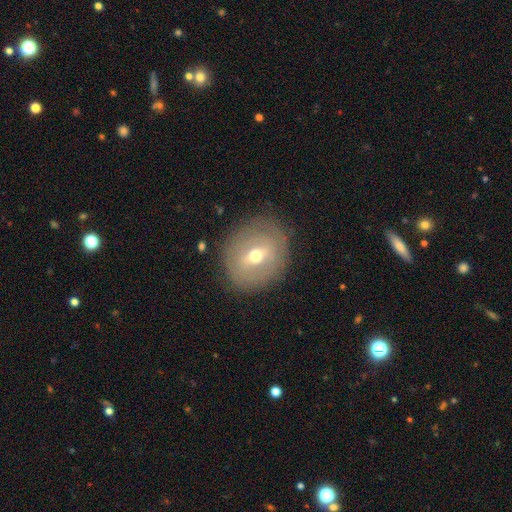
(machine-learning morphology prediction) The model was most divided on "smooth or featured": featured or disk: 54%, smooth: 38%, star or artifact: 8%. More confident: edge-on disk — no (90%); merging — none (83%).